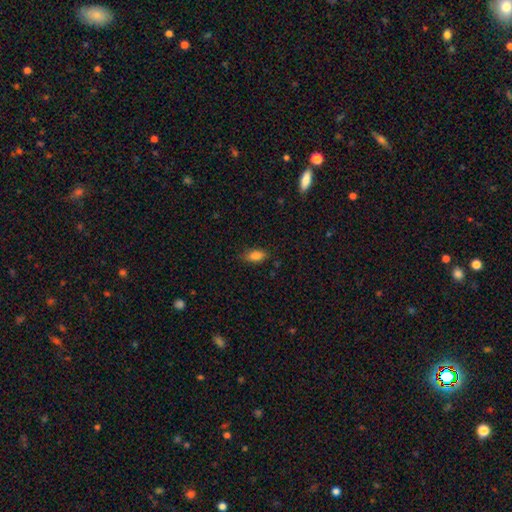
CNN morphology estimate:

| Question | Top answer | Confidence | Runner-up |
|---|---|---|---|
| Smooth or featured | smooth | 86% | star or artifact (9%) |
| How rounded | in between | 89% | cigar-shaped (7%) |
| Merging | none | 81% | minor disturbance (15%) |